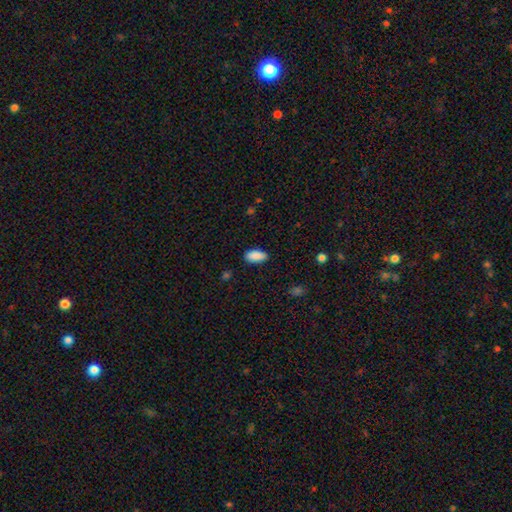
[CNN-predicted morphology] Smooth or featured? smooth (89%)
How rounded? in between (91%)
Merging? none (84%)